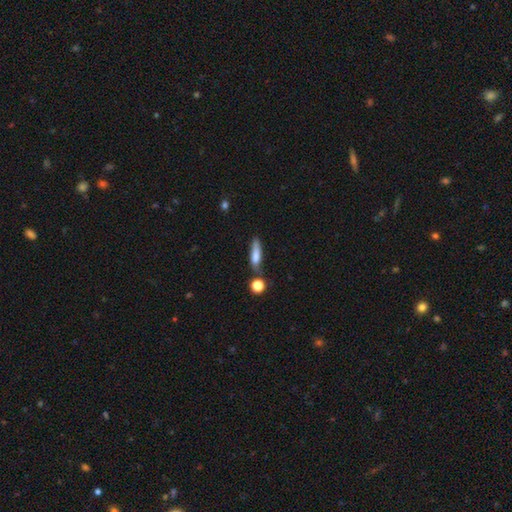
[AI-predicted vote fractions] A smooth galaxy with no disk features (75%) that is cigar-shaped (69%).

Vote fractions:
- Smooth or featured? smooth: 75% / featured or disk: 17% / star or artifact: 8%
- How rounded? cigar-shaped: 69% / in between: 28% / round: 4%
- Merging? none: 57% / minor disturbance: 23% / merger: 12% / major disturbance: 8%